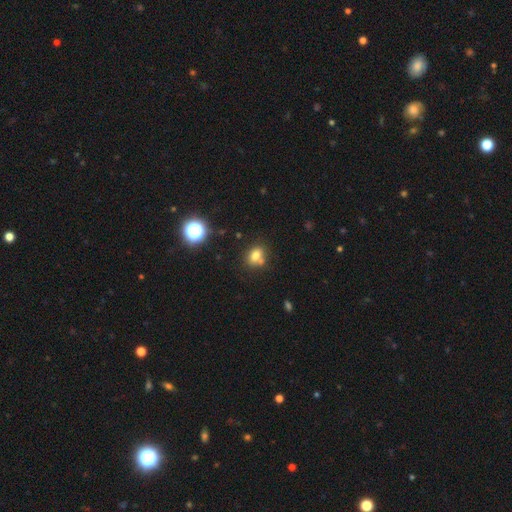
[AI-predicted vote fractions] smooth 74%, star or artifact 15%, featured or disk 11%. Down the decision tree: how rounded — in between (53%); merging — none (59%).